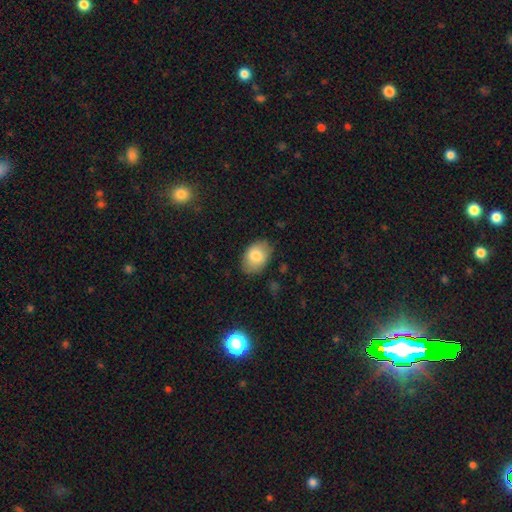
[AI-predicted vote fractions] This appears to be a smooth galaxy with no disk features (80%) that is in between round and cigar-shaped (85%). Merging: none (82%).